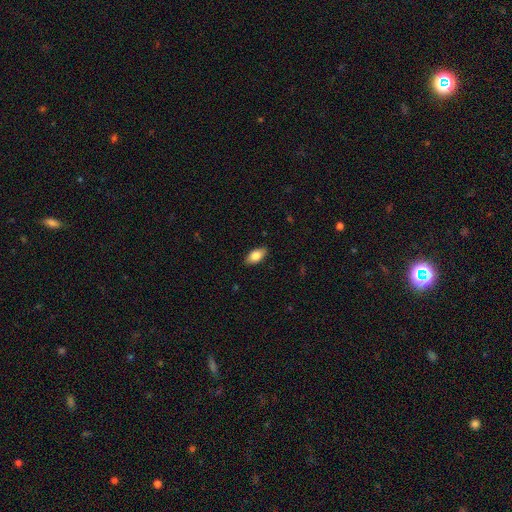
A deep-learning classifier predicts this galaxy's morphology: A smooth galaxy with no disk features (82%) that is in between round and cigar-shaped (91%).

Vote fractions:
- Smooth or featured? smooth: 82% / featured or disk: 12% / star or artifact: 7%
- How rounded? in between: 91% / cigar-shaped: 5% / round: 4%
- Merging? none: 87% / minor disturbance: 10% / major disturbance: 2% / merger: 1%